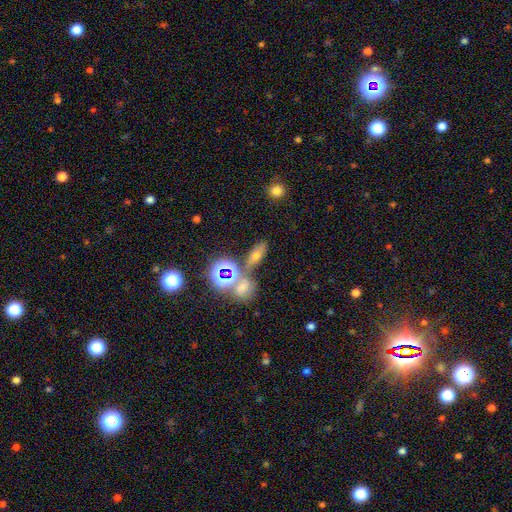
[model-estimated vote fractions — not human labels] smooth 47%, star or artifact 32%, featured or disk 21%. Down the decision tree: merging — none (69%).